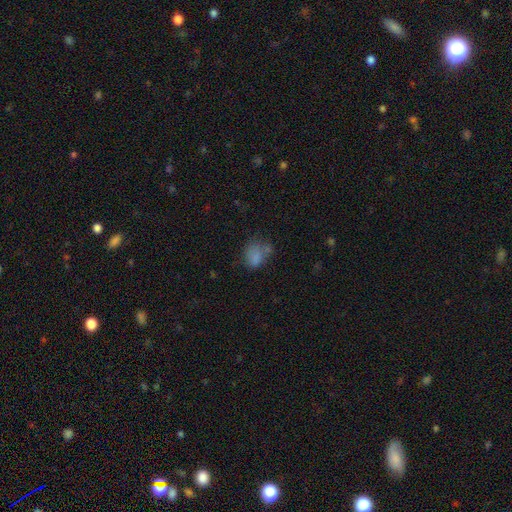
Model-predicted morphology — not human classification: type=smooth (74%); roundness=in between (59%); merging=none (43%).